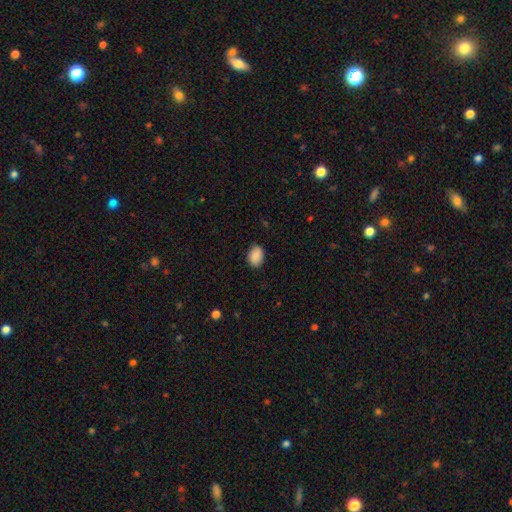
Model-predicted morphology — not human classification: Smooth or featured? smooth (90%)
How rounded? in between (77%)
Merging? none (85%)